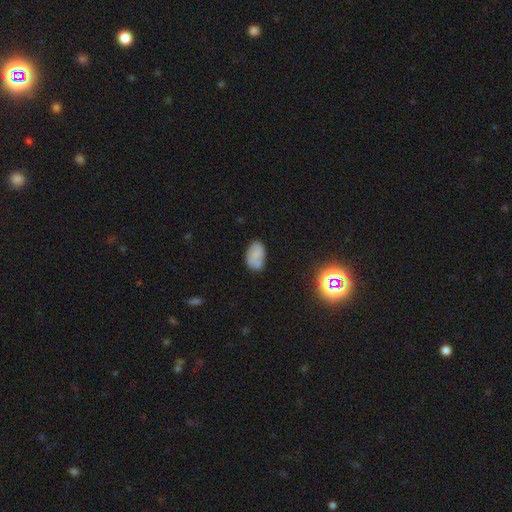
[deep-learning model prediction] This appears to be a smooth galaxy with no disk features (67%) that is in between round and cigar-shaped (91%). Merging: none (64%).